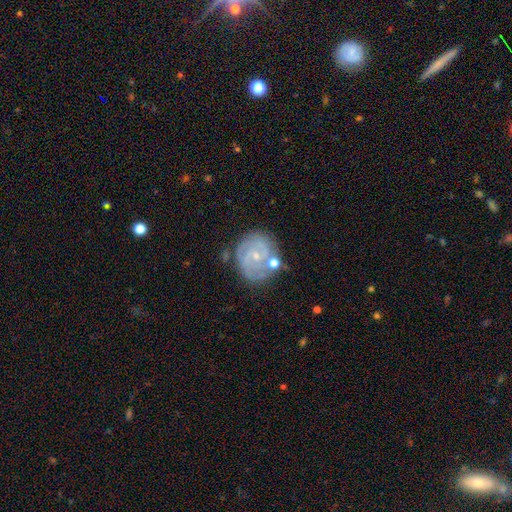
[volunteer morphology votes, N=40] smooth-or-featured: featured or disk: 95% | smooth: 2% | star or artifact: 2%
  disk-edge-on: no: 100% | yes: 0%
    bar: no: 63% | weak: 34% | strong: 3%
    has-spiral-arms: yes: 97% | no: 3%
      spiral-winding: tight: 59% | medium: 41% | loose: 0%
      spiral-arm-count: 2: 41% | 3: 35% | can't tell: 16% | 4: 8% | 1: 0% | more than 4: 0%
    bulge-size: small: 97% | moderate: 3% | dominant: 0% | large: 0% | none: 0%
  merging: none: 56% | minor disturbance: 18% | major disturbance: 15% | merger: 10%